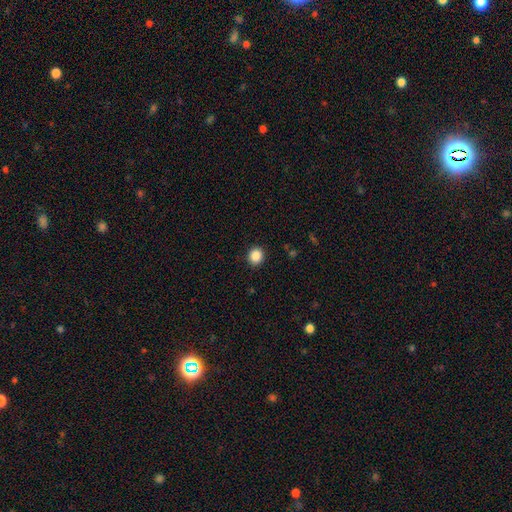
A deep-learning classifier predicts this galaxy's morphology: Overall: smooth (88%). How rounded: round (84%). Merging: none (91%).